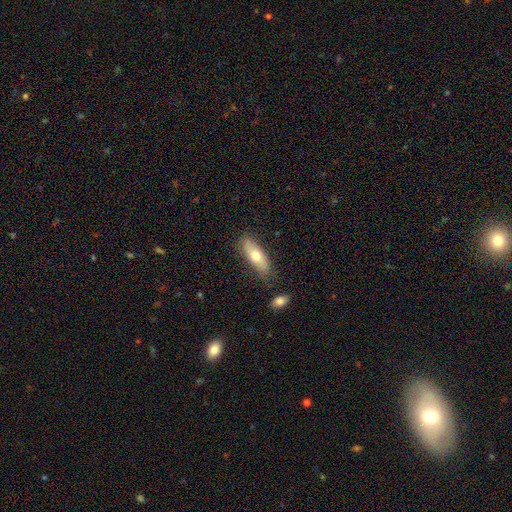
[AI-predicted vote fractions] smooth-or-featured: smooth: 66% | featured or disk: 28% | star or artifact: 6%
  how-rounded: in between: 62% | cigar-shaped: 35% | round: 3%
  merging: none: 80% | minor disturbance: 14% | merger: 3% | major disturbance: 3%